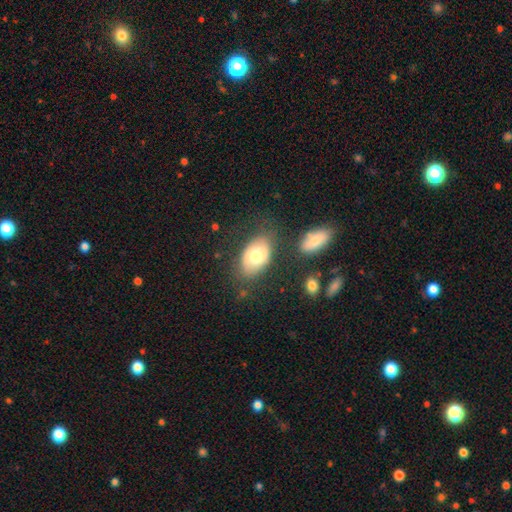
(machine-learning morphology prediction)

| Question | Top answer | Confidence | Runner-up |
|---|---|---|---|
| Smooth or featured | smooth | 68% | featured or disk (25%) |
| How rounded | in between | 90% | round (9%) |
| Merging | none | 71% | minor disturbance (17%) |